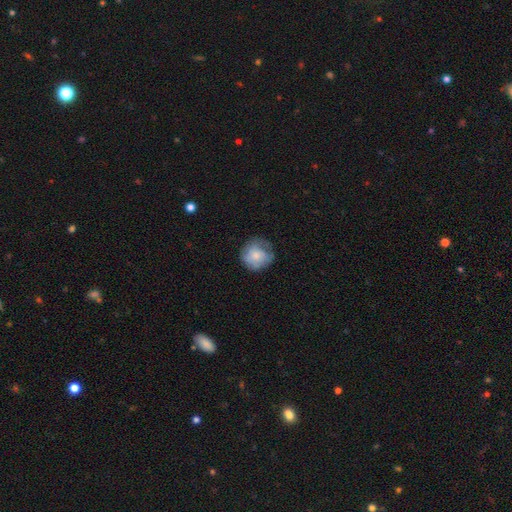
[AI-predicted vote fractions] smooth 67%, featured or disk 26%, star or artifact 7%. Down the decision tree: how rounded — round (88%); merging — none (64%).